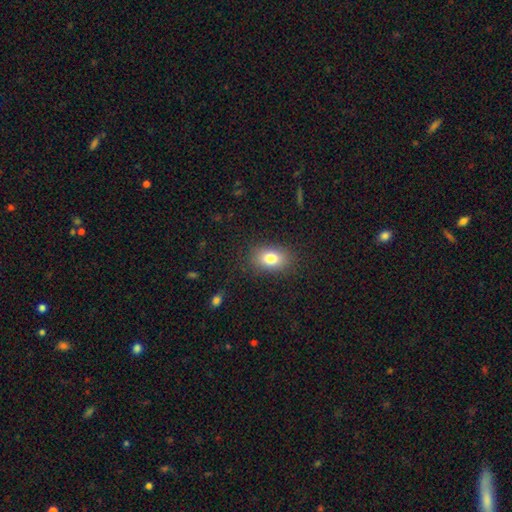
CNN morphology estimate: This is likely a smooth galaxy (77%). How rounded: likely in between (75%). Merging: clearly none (89%).